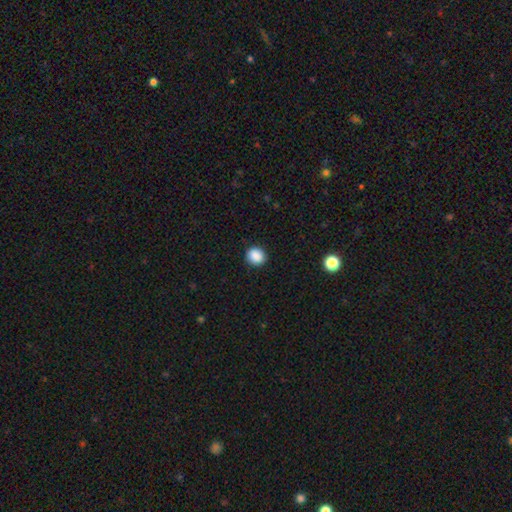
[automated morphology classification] A smooth galaxy with no disk features (88%) that is round (81%). Merging: none (90%).